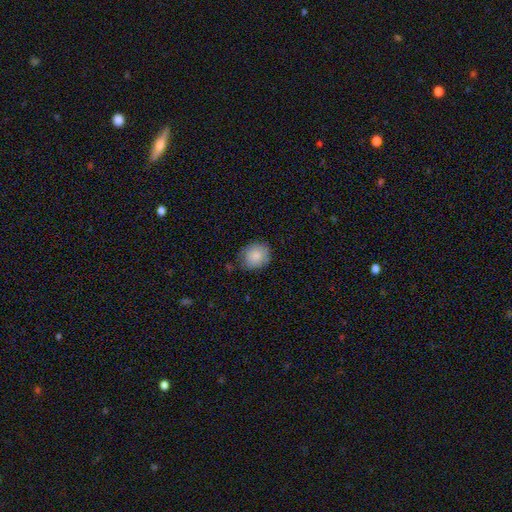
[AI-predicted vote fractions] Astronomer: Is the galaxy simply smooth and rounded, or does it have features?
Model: smooth — 81%.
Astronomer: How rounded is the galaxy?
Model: round — 67%.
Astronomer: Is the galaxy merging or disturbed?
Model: none — 70%.